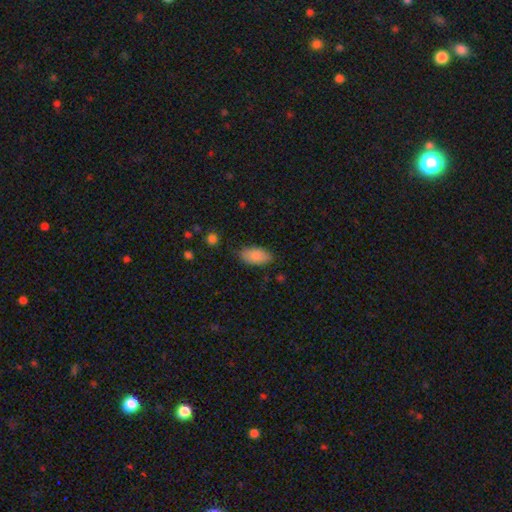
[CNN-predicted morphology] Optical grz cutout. It shows a smooth galaxy with no disk features (87%) that is in between round and cigar-shaped (94%). Merging: none (81%).